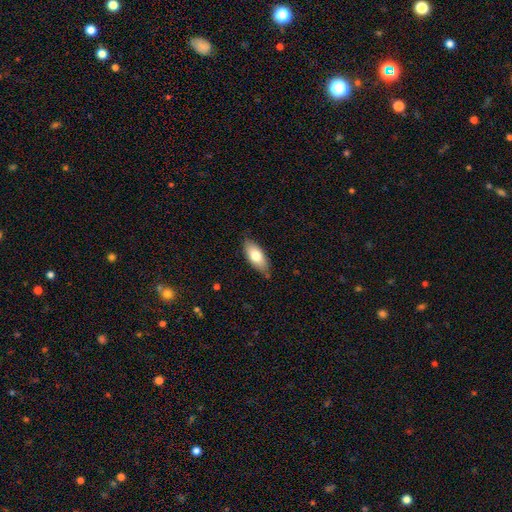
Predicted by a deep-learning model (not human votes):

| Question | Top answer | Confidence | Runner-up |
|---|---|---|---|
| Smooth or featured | smooth | 75% | featured or disk (18%) |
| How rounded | in between | 86% | cigar-shaped (12%) |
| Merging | none | 79% | minor disturbance (16%) |